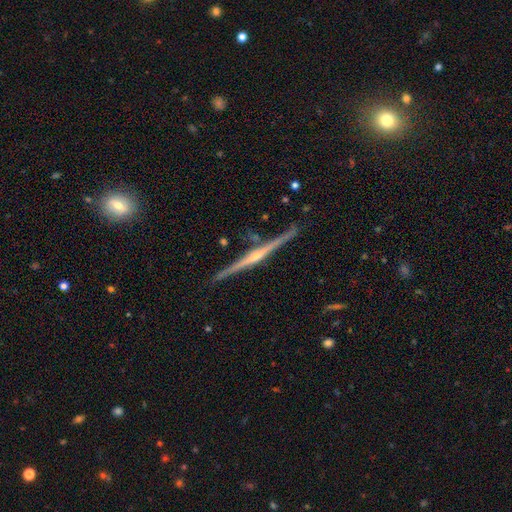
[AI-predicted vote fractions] Smooth or featured: featured or disk — 87% (smooth — 8%)
Edge-on disk: yes — 98% (no — 2%)
Edge-on bulge: rounded — 79% (none — 14%)
Merging: none — 90% (minor disturbance — 7%)